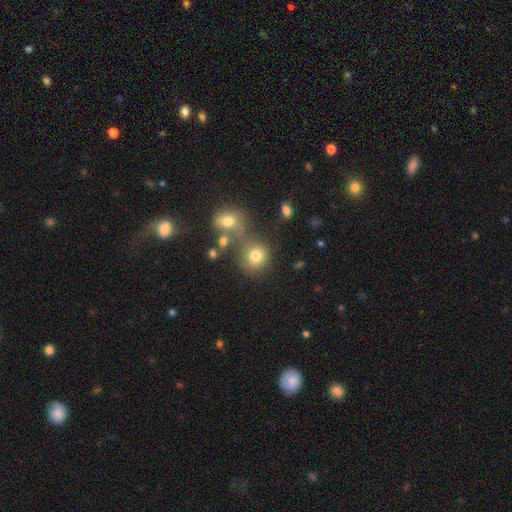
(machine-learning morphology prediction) type=smooth (76%); roundness=round (83%); merging=none (53%).